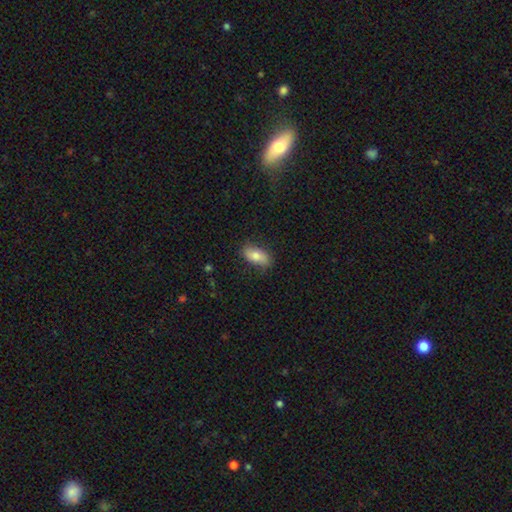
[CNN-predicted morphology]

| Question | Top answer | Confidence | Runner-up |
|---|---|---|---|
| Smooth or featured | smooth | 72% | featured or disk (21%) |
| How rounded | in between | 86% | cigar-shaped (10%) |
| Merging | none | 79% | minor disturbance (17%) |